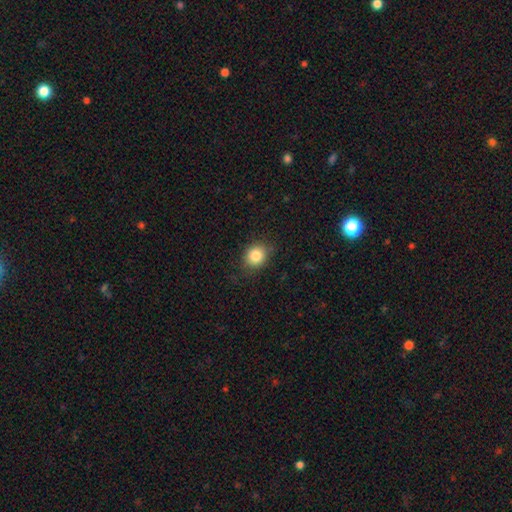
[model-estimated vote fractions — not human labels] Smooth or featured?
  - smooth: 84% *
  - star or artifact: 10%
  - featured or disk: 6%
How rounded?
  - round: 73% *
  - in between: 26%
  - cigar-shaped: 1%
Merging?
  - none: 82% *
  - minor disturbance: 14%
  - major disturbance: 3%
  - merger: 1%